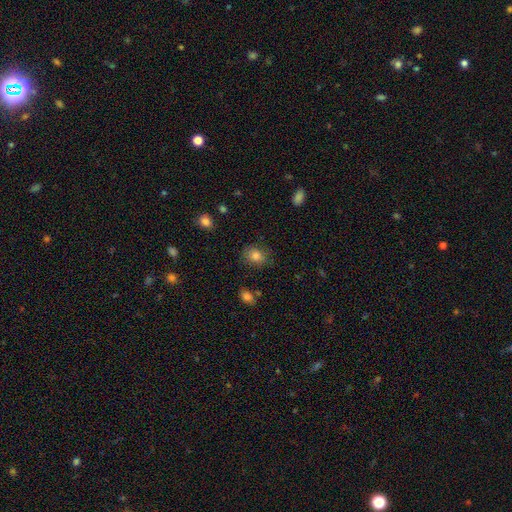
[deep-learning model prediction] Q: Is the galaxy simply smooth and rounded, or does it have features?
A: smooth — 82%.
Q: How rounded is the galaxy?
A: round — 50%.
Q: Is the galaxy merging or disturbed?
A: none — 79%.